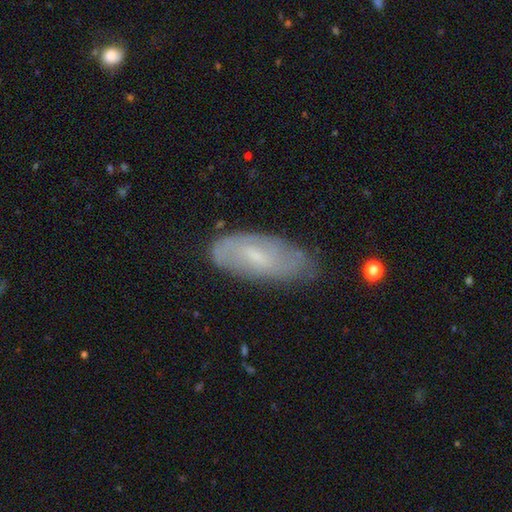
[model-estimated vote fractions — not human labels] The model was most divided on "smooth or featured": smooth: 47%, featured or disk: 45%, star or artifact: 7%. More confident: merging — none (67%).